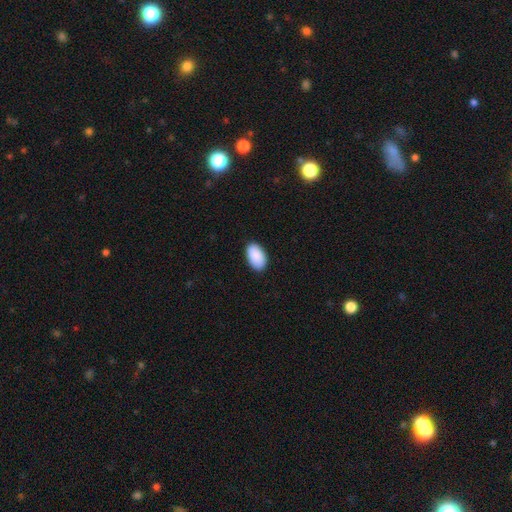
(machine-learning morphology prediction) Overall: smooth (91%). How rounded: in between (95%). Merging: none (88%).